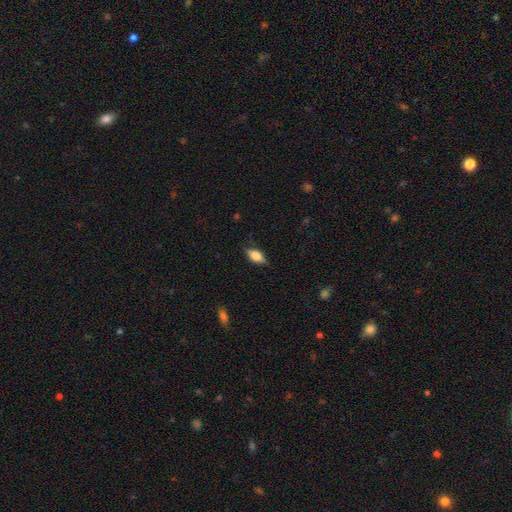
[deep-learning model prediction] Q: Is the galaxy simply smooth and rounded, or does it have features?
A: smooth — 59%.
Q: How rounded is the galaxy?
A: in between — 78%.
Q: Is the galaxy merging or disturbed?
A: none — 79%.